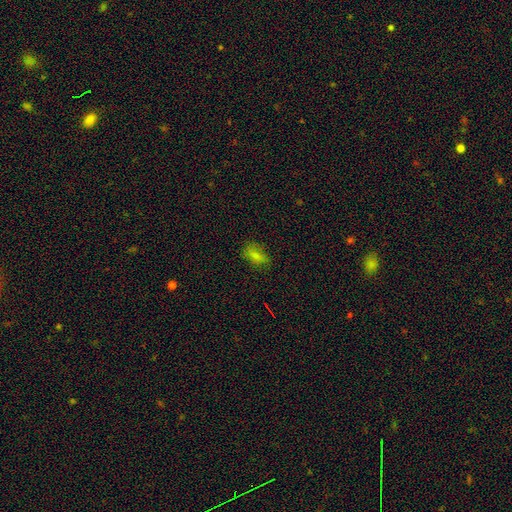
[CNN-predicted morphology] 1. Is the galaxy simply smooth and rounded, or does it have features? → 75% smooth, 16% star or artifact, 9% featured or disk.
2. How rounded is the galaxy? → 85% in between, 8% round, 8% cigar-shaped.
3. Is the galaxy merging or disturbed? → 71% none, 21% minor disturbance, 6% major disturbance, 2% merger.